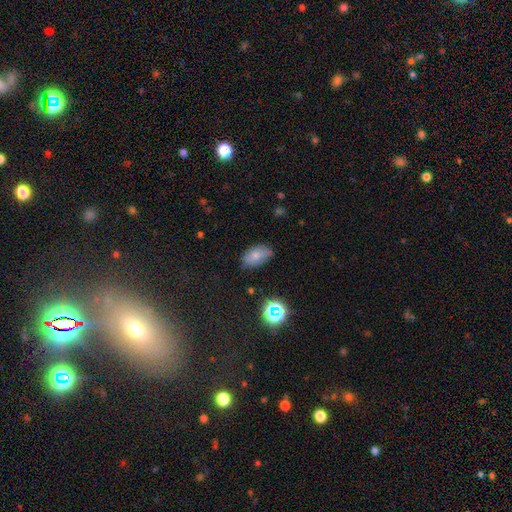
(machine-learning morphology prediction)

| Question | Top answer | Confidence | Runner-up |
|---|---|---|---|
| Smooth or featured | smooth | 72% | featured or disk (16%) |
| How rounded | in between | 90% | round (7%) |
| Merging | none | 73% | minor disturbance (20%) |